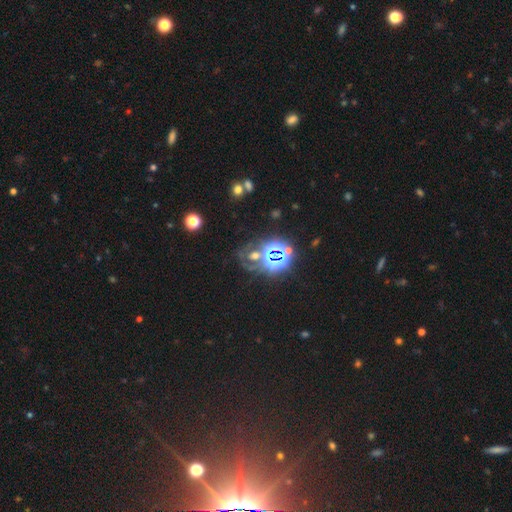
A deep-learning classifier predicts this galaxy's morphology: The model was most divided on "smooth or featured": star or artifact: 60%, smooth: 22%, featured or disk: 19%.